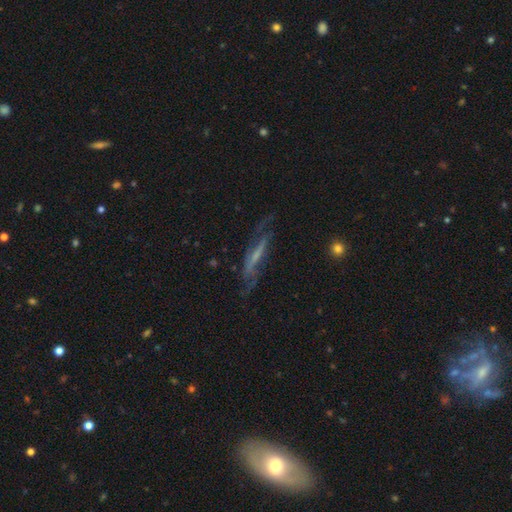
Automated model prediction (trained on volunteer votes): Smooth or featured: featured or disk — 71% (smooth — 21%)
Edge-on disk: no — 52% (yes — 48%)
Merging: none — 55% (minor disturbance — 22%)